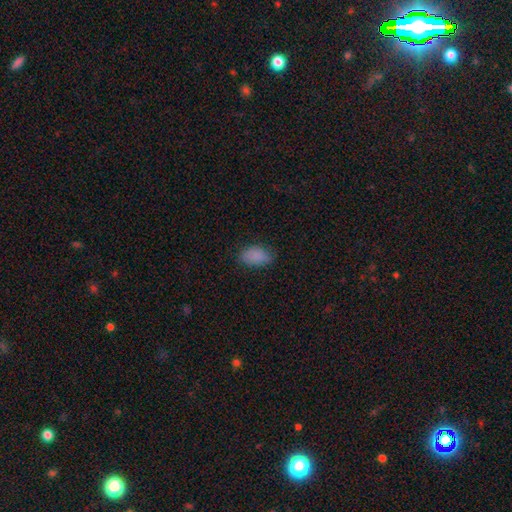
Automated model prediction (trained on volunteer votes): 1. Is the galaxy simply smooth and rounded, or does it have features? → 87% smooth, 9% star or artifact, 5% featured or disk.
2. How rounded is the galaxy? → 91% in between, 7% round, 2% cigar-shaped.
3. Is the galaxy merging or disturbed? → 78% none, 17% minor disturbance, 4% major disturbance, 1% merger.